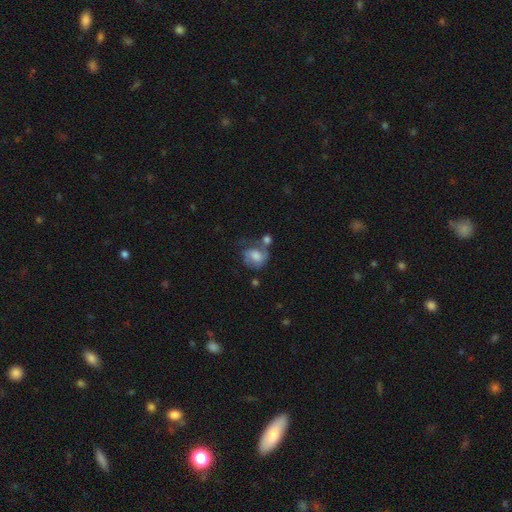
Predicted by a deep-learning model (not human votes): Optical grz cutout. It shows a smooth galaxy with no disk features (48%). Merging: none (32%).